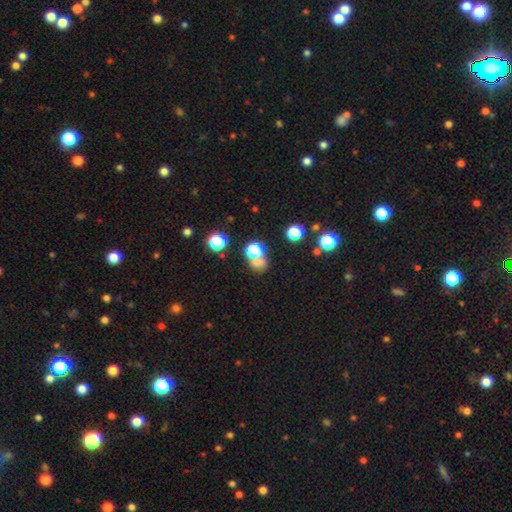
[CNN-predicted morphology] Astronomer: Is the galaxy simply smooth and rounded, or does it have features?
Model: smooth — 57% (runner-up: star or artifact, 32%).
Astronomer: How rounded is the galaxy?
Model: round — 68%.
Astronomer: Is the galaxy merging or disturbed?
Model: none — 50% (runner-up: merger, 34%).